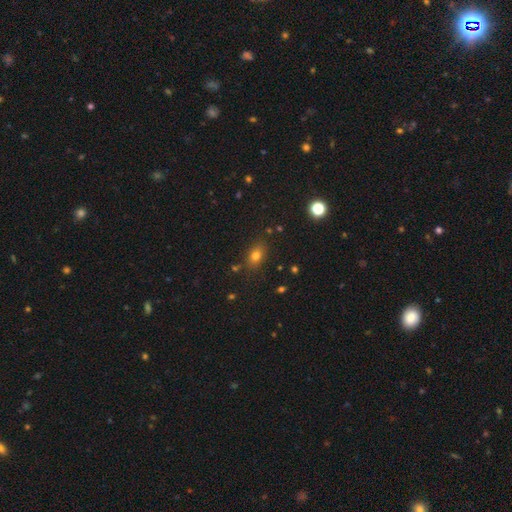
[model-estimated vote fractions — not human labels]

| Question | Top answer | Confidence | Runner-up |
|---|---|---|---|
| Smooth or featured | smooth | 74% | star or artifact (17%) |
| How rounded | in between | 70% | round (27%) |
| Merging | none | 80% | minor disturbance (13%) |